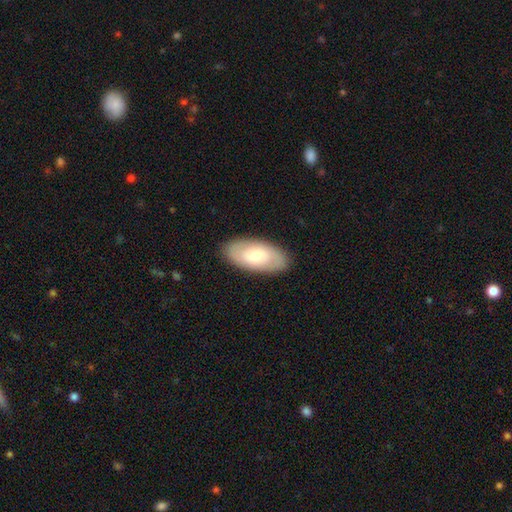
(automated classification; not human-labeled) Smooth or featured? smooth (59%)
How rounded? in between (93%)
Merging? none (87%)